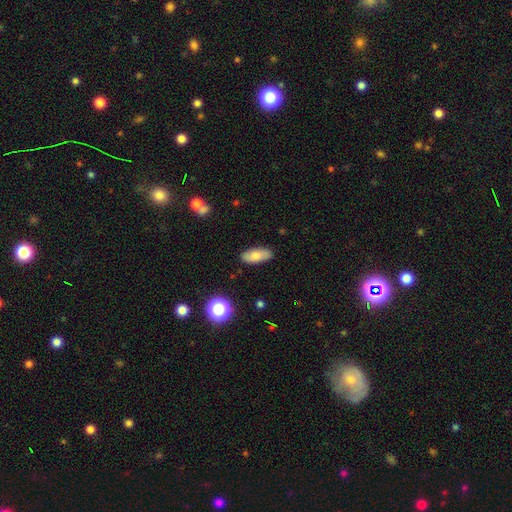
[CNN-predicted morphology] This is likely a smooth galaxy (74%). How rounded: clearly in between (82%). Merging: clearly none (86%).